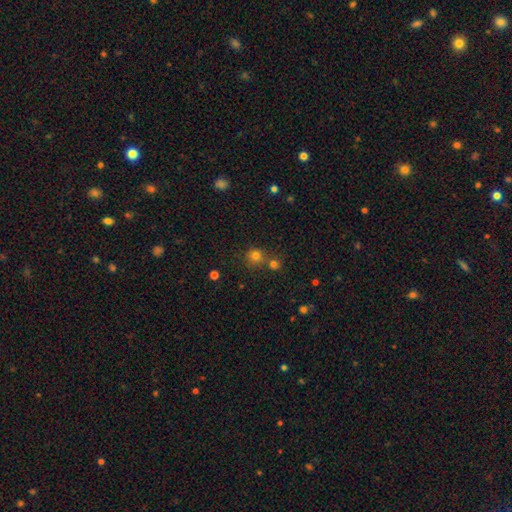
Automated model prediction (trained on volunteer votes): The model was most divided on "merging": none: 62%, merger: 26%, minor disturbance: 8%, major disturbance: 3%. More confident: how rounded — round (89%); smooth or featured — smooth (74%).